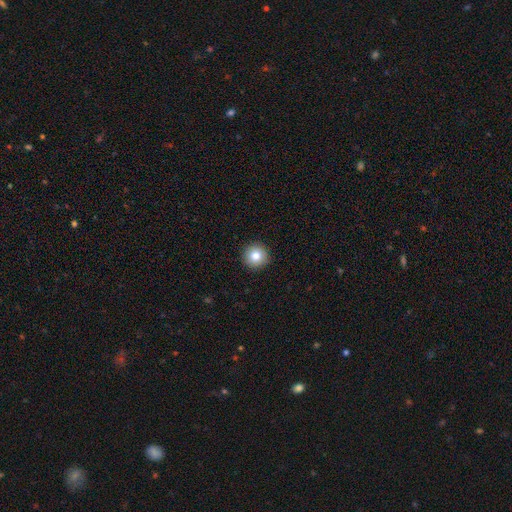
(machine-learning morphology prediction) The model was most divided on "smooth or featured": smooth: 81%, star or artifact: 10%, featured or disk: 9%. More confident: how rounded — round (96%); merging — none (93%).